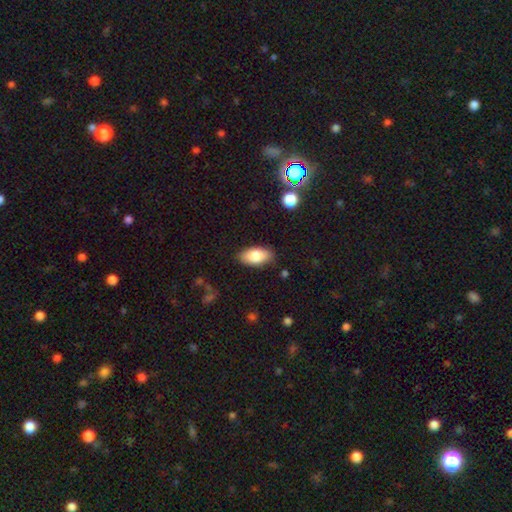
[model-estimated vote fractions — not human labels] Smooth or featured? smooth (82%)
How rounded? in between (93%)
Merging? none (85%)